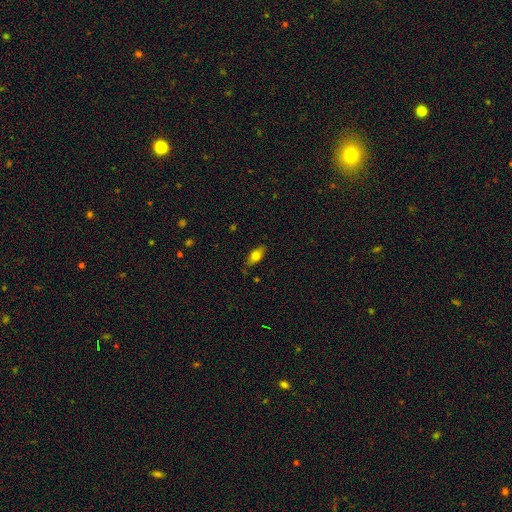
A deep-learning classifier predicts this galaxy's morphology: Smooth or featured: smooth — 70% (featured or disk — 21%)
How rounded: in between — 78% (cigar-shaped — 18%)
Merging: none — 80% (minor disturbance — 15%)